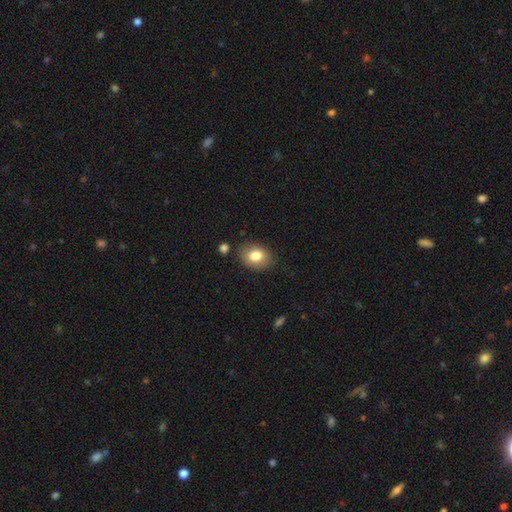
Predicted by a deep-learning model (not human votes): A smooth galaxy with no disk features (81%) that is in between round and cigar-shaped (69%). Merging: none (81%).